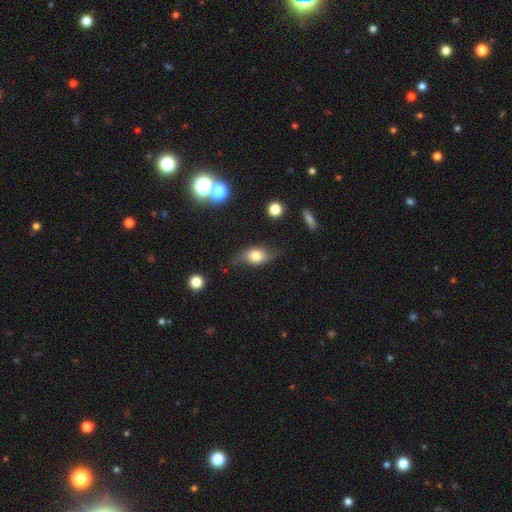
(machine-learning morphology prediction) The model was most divided on "merging": none: 57%, minor disturbance: 30%, major disturbance: 10%, merger: 2%. More confident: how rounded — in between (77%); smooth or featured — smooth (60%).